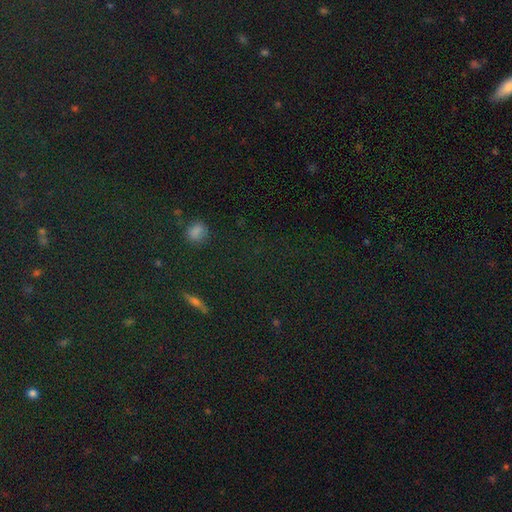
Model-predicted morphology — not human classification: Smooth or featured: star or artifact — 77% (smooth — 15%)